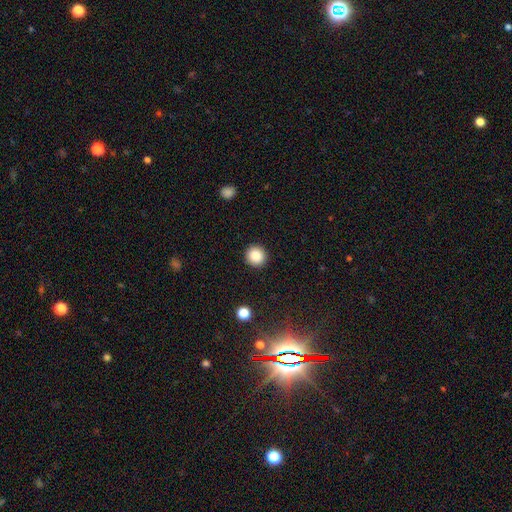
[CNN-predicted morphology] A smooth galaxy with no disk features (88%) that is round (94%).

Vote fractions:
- Smooth or featured? smooth: 88% / star or artifact: 9% / featured or disk: 3%
- How rounded? round: 94% / in between: 6% / cigar-shaped: 1%
- Merging? none: 92% / minor disturbance: 5% / major disturbance: 2% / merger: 1%